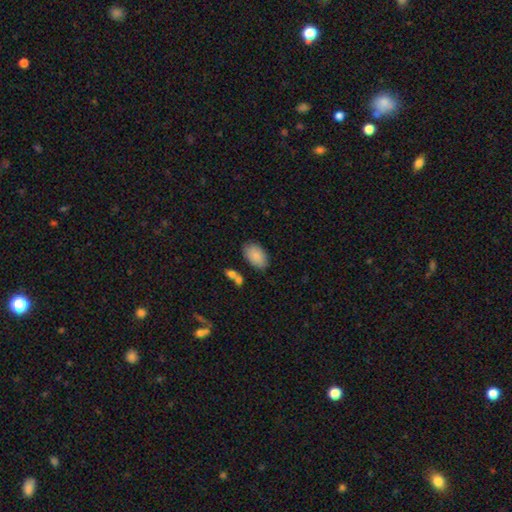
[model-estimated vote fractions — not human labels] Morphology: type=smooth (87%); roundness=in between (93%); merging=none (78%).